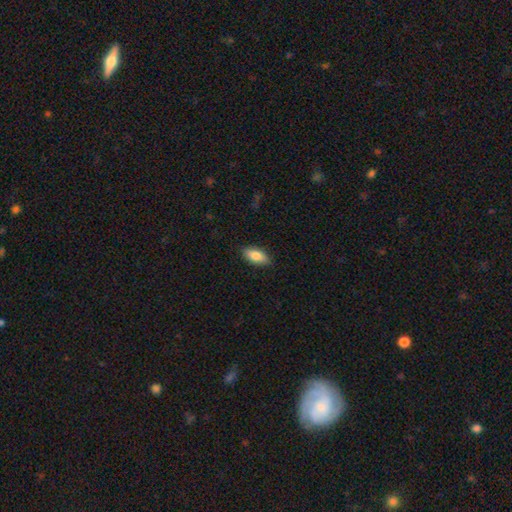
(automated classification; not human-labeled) Smooth or featured?
  - smooth: 80% *
  - featured or disk: 14%
  - star or artifact: 6%
How rounded?
  - in between: 83% *
  - cigar-shaped: 15%
  - round: 3%
Merging?
  - none: 86% *
  - minor disturbance: 11%
  - major disturbance: 2%
  - merger: 1%